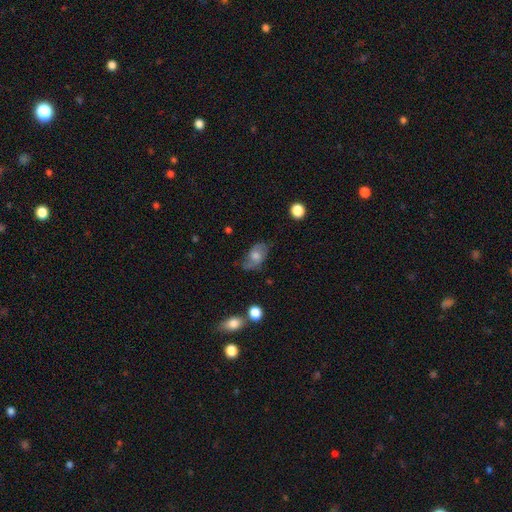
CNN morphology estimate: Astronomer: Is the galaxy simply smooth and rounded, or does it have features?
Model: smooth — 46% (runner-up: featured or disk, 44%).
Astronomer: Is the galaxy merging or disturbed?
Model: none — 61%.